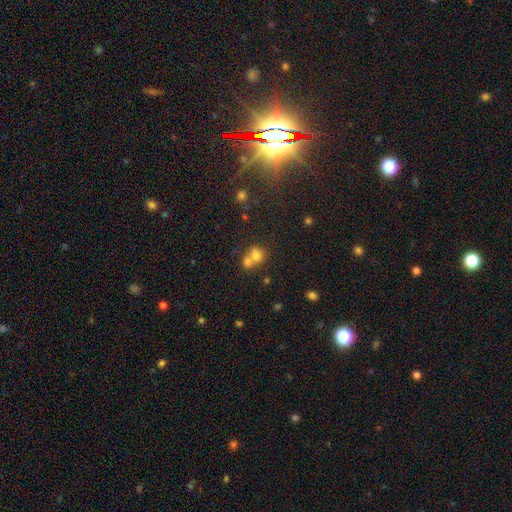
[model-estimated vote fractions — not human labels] smooth-or-featured: smooth: 71% | featured or disk: 15% | star or artifact: 14%
  how-rounded: round: 73% | in between: 26% | cigar-shaped: 1%
  merging: merger: 60% | none: 30% | minor disturbance: 6% | major disturbance: 3%